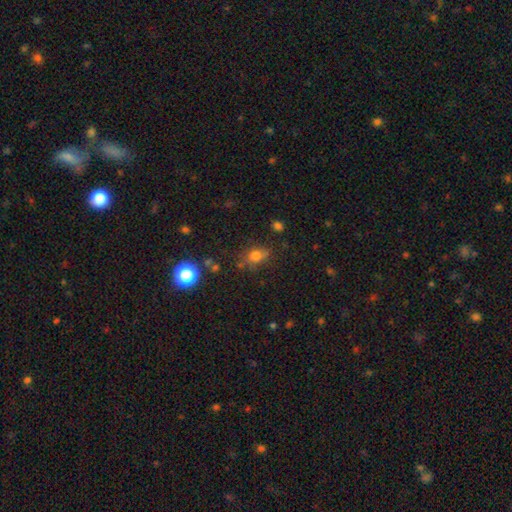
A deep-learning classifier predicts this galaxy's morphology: A smooth galaxy with no disk features (73%) that is in between round and cigar-shaped (60%).

Vote fractions:
- Smooth or featured? smooth: 73% / star or artifact: 16% / featured or disk: 11%
- How rounded? in between: 60% / round: 37% / cigar-shaped: 3%
- Merging? none: 68% / minor disturbance: 20% / major disturbance: 7% / merger: 5%